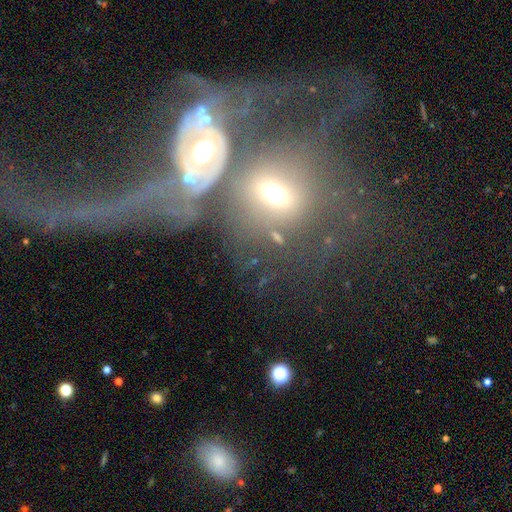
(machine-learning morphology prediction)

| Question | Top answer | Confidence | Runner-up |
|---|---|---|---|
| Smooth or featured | featured or disk | 51% | smooth (34%) |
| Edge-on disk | no | 91% | yes (9%) |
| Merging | merger | 65% | major disturbance (23%) |